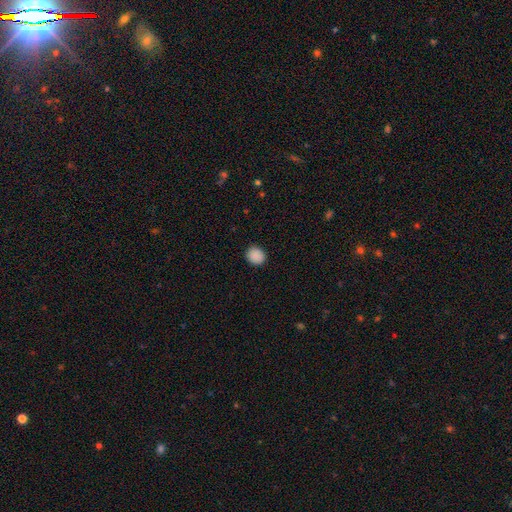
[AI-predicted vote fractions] This appears to be a smooth galaxy with no disk features (89%) that is round (76%). Merging: none (91%).